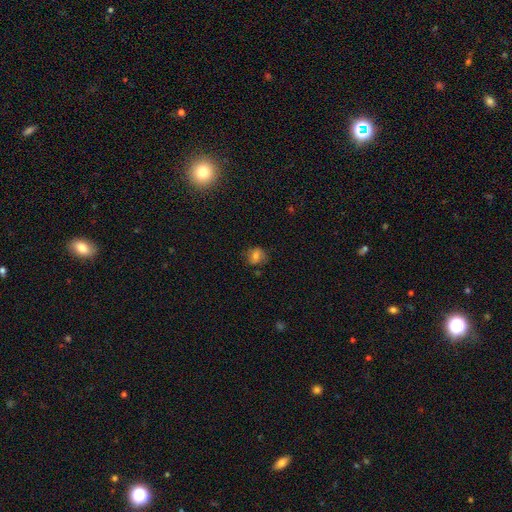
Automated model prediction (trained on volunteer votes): Smooth or featured?
  - smooth: 67% *
  - featured or disk: 20%
  - star or artifact: 14%
How rounded?
  - round: 67% *
  - in between: 32%
  - cigar-shaped: 1%
Merging?
  - none: 74% *
  - minor disturbance: 19%
  - major disturbance: 6%
  - merger: 2%